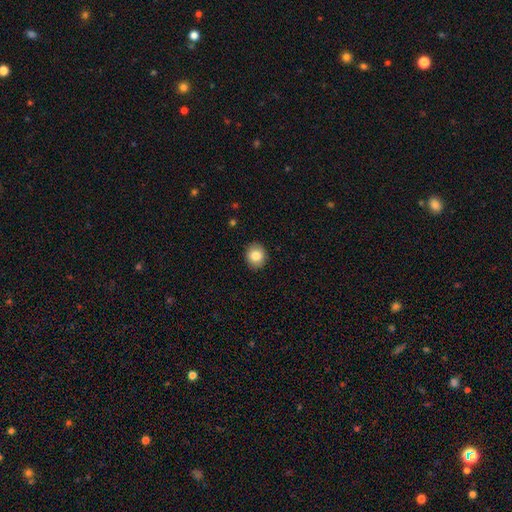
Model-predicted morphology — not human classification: Smooth or featured? Predicted: smooth (p=0.84). How rounded? Predicted: round (p=0.80). Merging? Predicted: none (p=0.91).